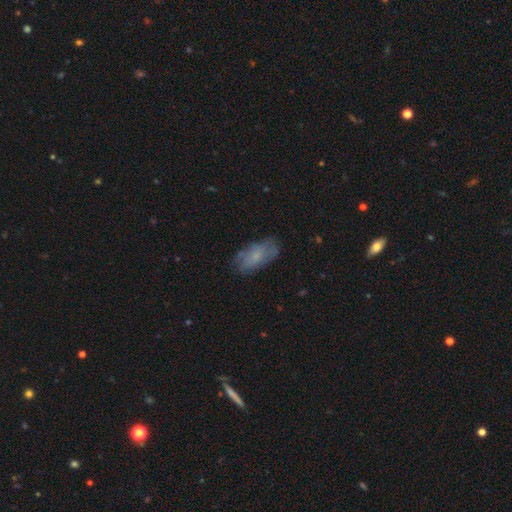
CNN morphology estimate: smooth 65%, featured or disk 27%, star or artifact 8%. Down the decision tree: how rounded — in between (88%); merging — none (69%).